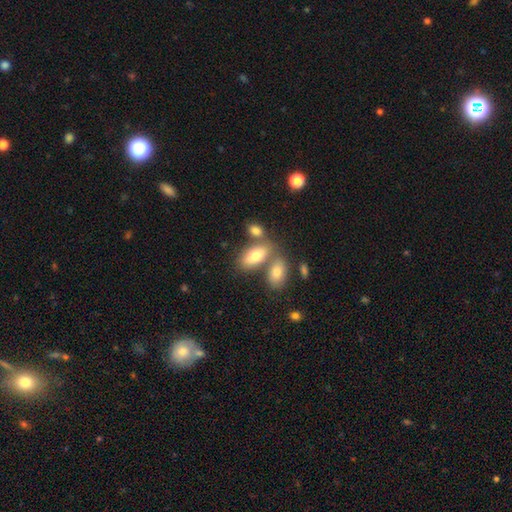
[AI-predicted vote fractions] Q: Smooth or featured?
A: smooth (76%); runner-up: featured or disk (17%)
Q: How rounded?
A: in between (89%); runner-up: cigar-shaped (8%)
Q: Merging?
A: none (46%); runner-up: merger (39%)